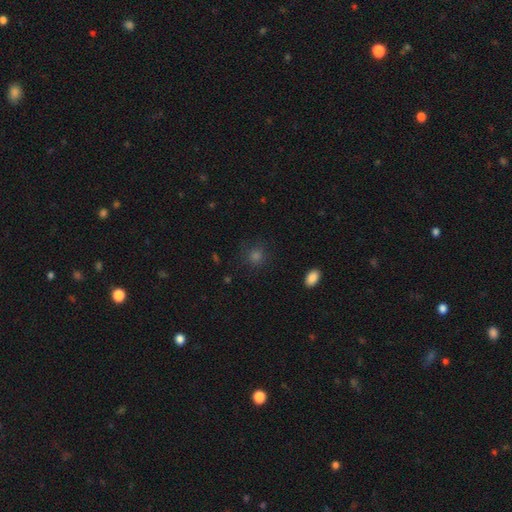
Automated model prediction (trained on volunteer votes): The model was most divided on "smooth or featured": smooth: 70%, star or artifact: 24%, featured or disk: 7%. More confident: how rounded — round (87%); merging — none (84%).